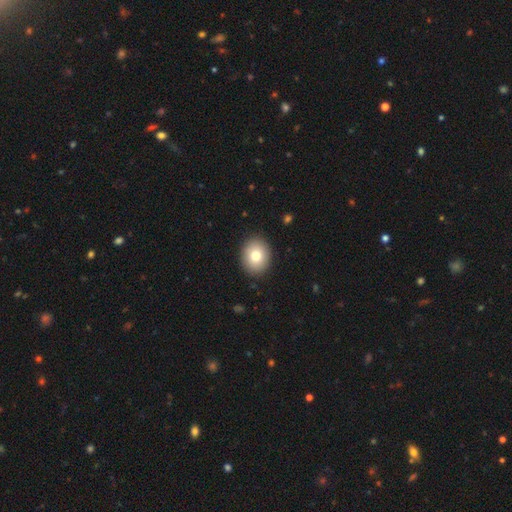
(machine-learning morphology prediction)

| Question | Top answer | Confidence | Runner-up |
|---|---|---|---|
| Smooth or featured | smooth | 79% | featured or disk (12%) |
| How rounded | round | 61% | in between (39%) |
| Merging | none | 90% | minor disturbance (7%) |